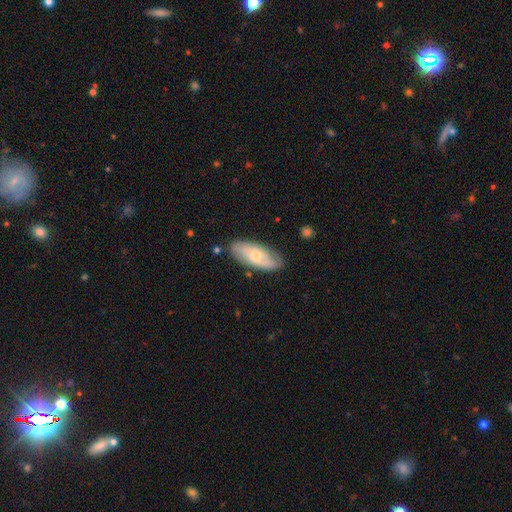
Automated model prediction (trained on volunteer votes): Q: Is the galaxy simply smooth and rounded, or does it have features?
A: smooth — 50%.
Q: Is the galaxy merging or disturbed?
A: none — 76%.